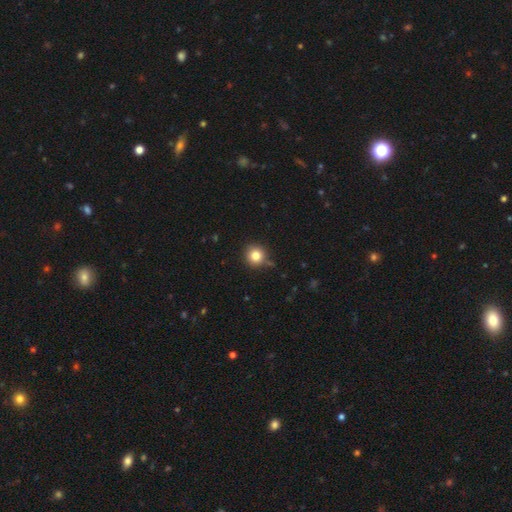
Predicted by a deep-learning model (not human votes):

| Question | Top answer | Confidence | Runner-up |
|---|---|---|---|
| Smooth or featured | smooth | 82% | star or artifact (11%) |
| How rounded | round | 93% | in between (6%) |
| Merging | none | 84% | minor disturbance (11%) |